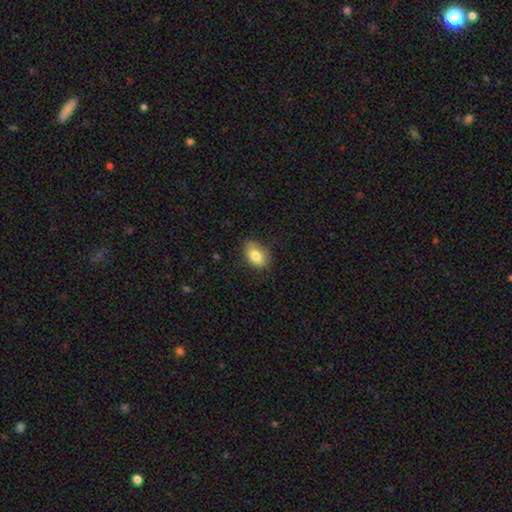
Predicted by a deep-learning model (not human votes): Smooth or featured: smooth — 81% (featured or disk — 10%)
How rounded: in between — 83% (round — 16%)
Merging: none — 78% (minor disturbance — 18%)